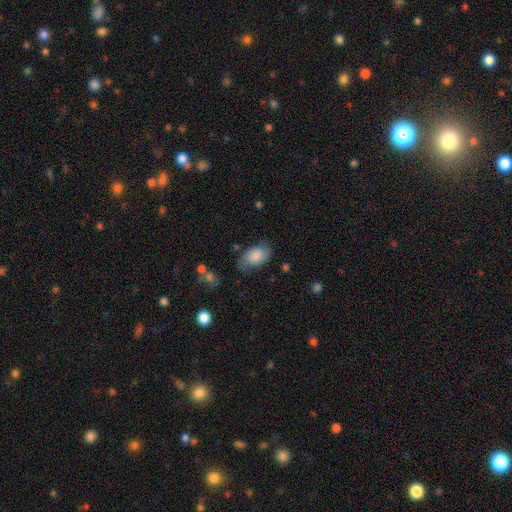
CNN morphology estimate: Smooth or featured? Predicted: smooth (p=0.77). How rounded? Predicted: in between (p=0.92). Merging? Predicted: none (p=0.64).